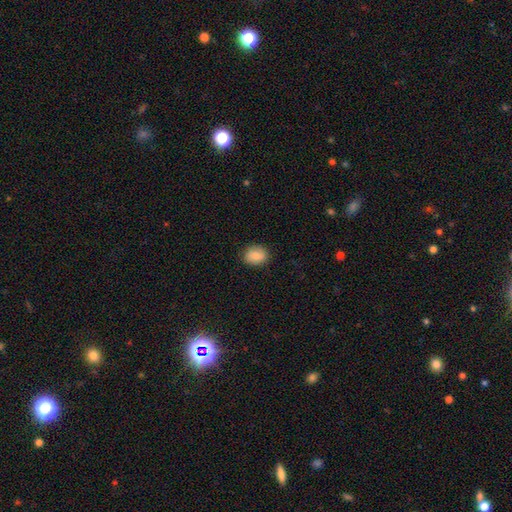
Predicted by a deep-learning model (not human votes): Smooth or featured?
  - smooth: 87% *
  - star or artifact: 7%
  - featured or disk: 6%
How rounded?
  - in between: 54% *
  - round: 45%
  - cigar-shaped: 1%
Merging?
  - none: 87% *
  - minor disturbance: 10%
  - major disturbance: 2%
  - merger: 1%